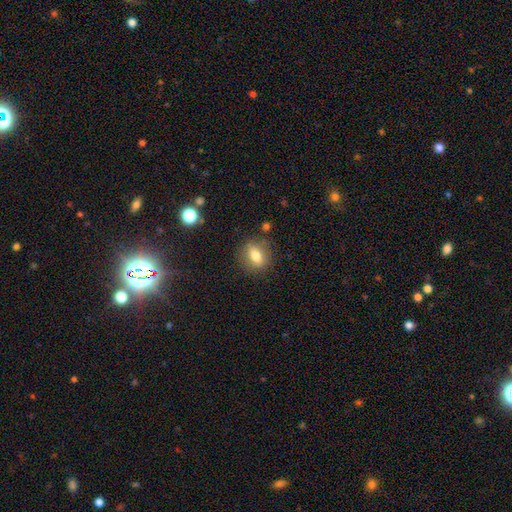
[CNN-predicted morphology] type=smooth (72%); roundness=in between (53%); merging=none (83%).